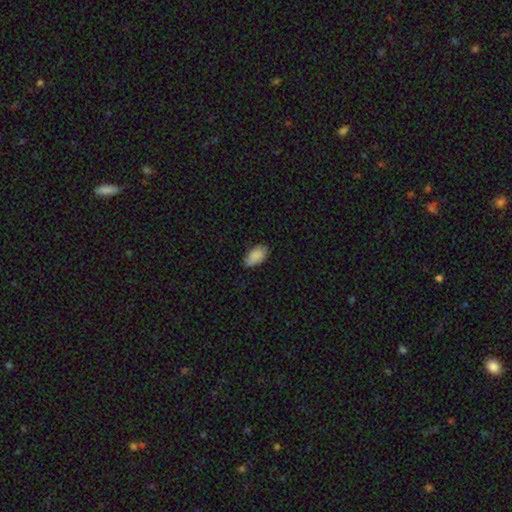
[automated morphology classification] Smooth or featured: smooth — 88% (star or artifact — 7%)
How rounded: in between — 94% (round — 3%)
Merging: none — 75% (minor disturbance — 20%)